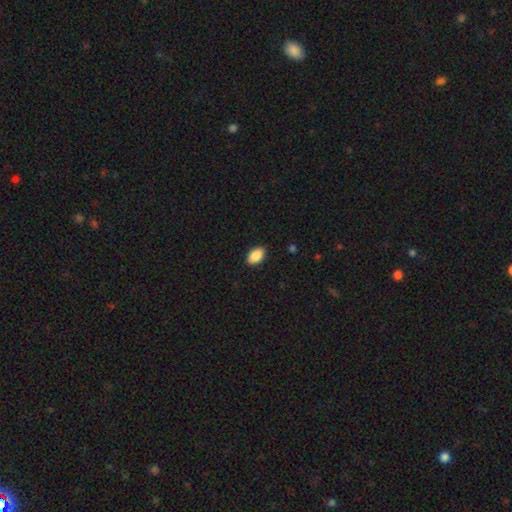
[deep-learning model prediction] Smooth or featured? smooth (88%)
How rounded? in between (93%)
Merging? none (89%)